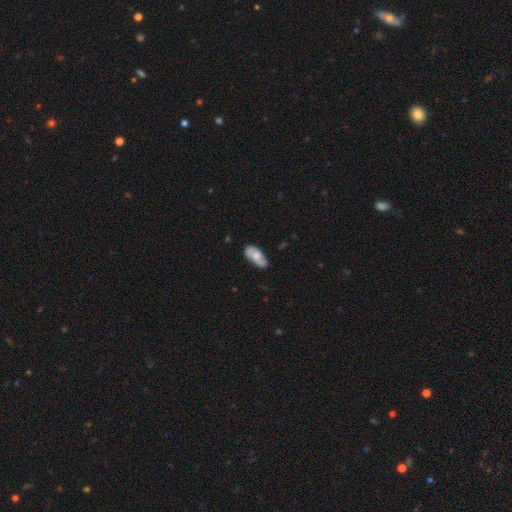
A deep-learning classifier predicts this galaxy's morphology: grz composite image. It shows a smooth galaxy with no disk features (61%) that is in between round and cigar-shaped (88%). Merging: none (75%).